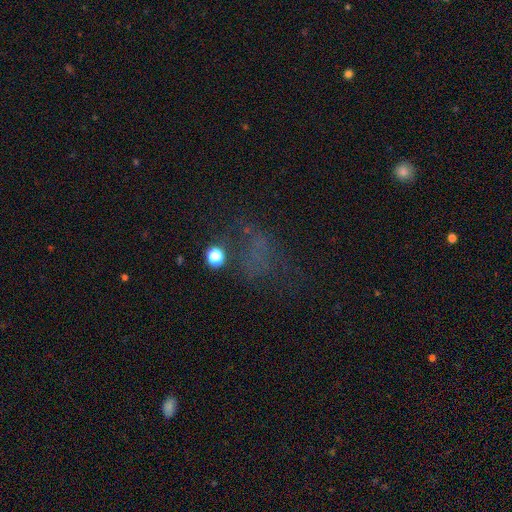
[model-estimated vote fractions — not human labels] Smooth or featured? star or artifact (40%)